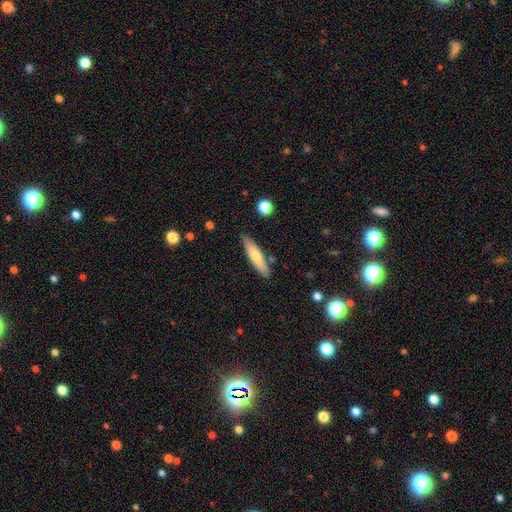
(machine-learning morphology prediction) Overall: smooth (65%; featured or disk 29%). How rounded: cigar-shaped (79%). Merging: none (84%).